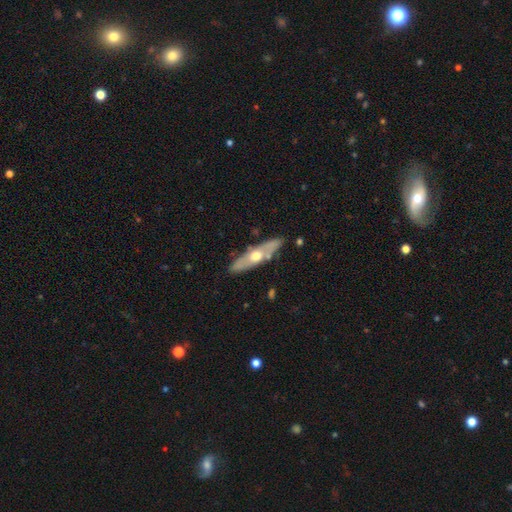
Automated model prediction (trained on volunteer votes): featured or disk 56%, smooth 39%, star or artifact 5%. Down the decision tree: edge-on disk — yes (64%); merging — none (82%).